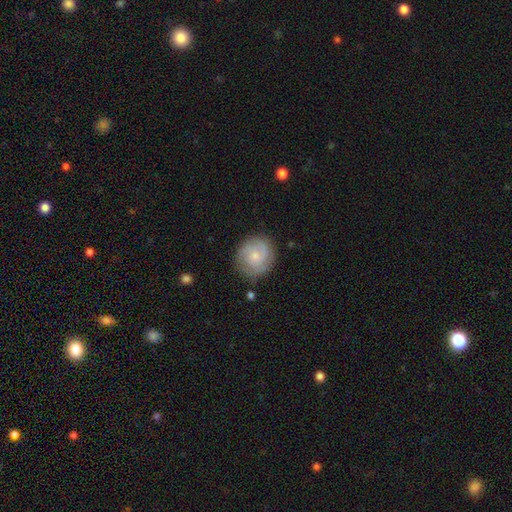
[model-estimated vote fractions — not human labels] Q: Smooth or featured?
A: featured or disk (55%); runner-up: smooth (39%)
Q: Edge-on disk?
A: no (98%); runner-up: yes (2%)
Q: Bar?
A: no (72%); runner-up: weak (25%)
Q: Spiral arms?
A: yes (87%); runner-up: no (13%)
Q: Bulge size?
A: small (63%); runner-up: moderate (30%)
Q: Merging?
A: none (79%); runner-up: minor disturbance (15%)